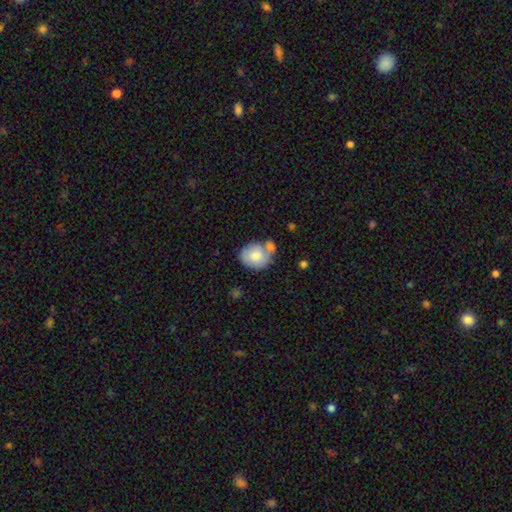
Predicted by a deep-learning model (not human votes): smooth 75%, featured or disk 19%, star or artifact 6%. Down the decision tree: how rounded — round (66%); merging — none (45%).